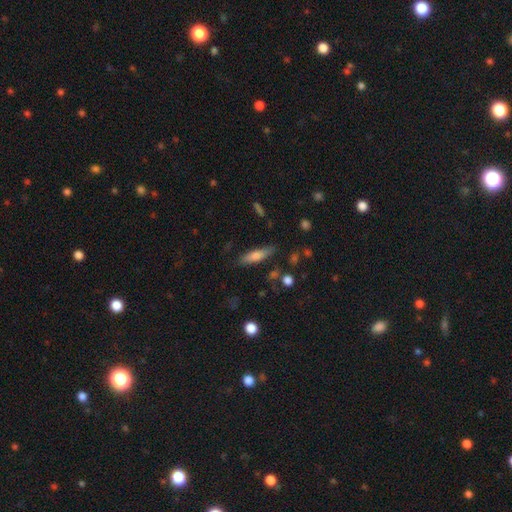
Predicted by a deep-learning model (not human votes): smooth-or-featured: smooth: 67% | featured or disk: 26% | star or artifact: 7%
  how-rounded: cigar-shaped: 69% | in between: 29% | round: 2%
  merging: none: 80% | minor disturbance: 14% | major disturbance: 4% | merger: 3%